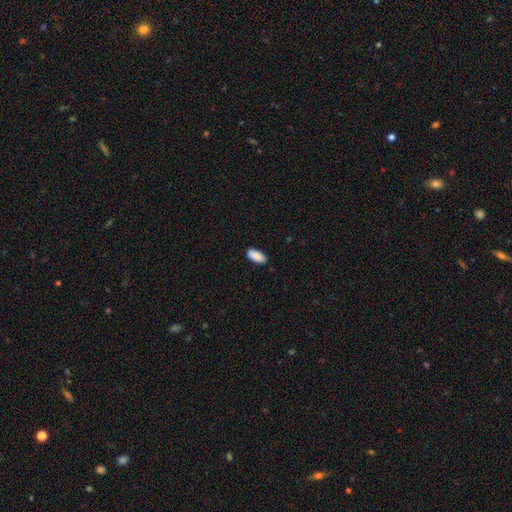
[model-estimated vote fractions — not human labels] Overall: smooth (90%). How rounded: in between (89%). Merging: none (85%).